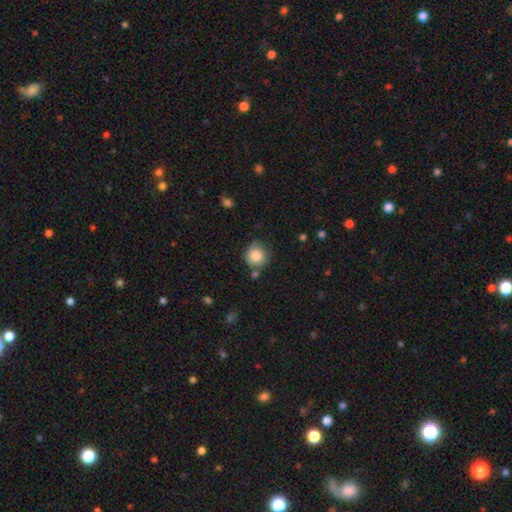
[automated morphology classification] Smooth or featured? smooth (85%)
How rounded? round (90%)
Merging? none (69%)